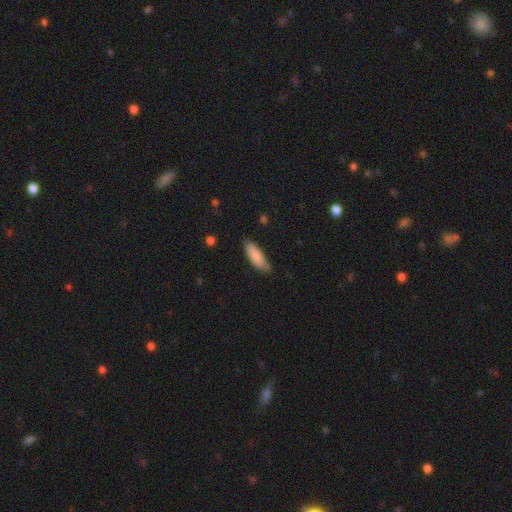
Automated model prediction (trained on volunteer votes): smooth_or_featured: smooth (p=0.85) [alt: featured or disk p=0.09]
how_rounded: in between (p=0.57) [alt: cigar-shaped p=0.41]
merging: none (p=0.74) [alt: minor disturbance p=0.21]